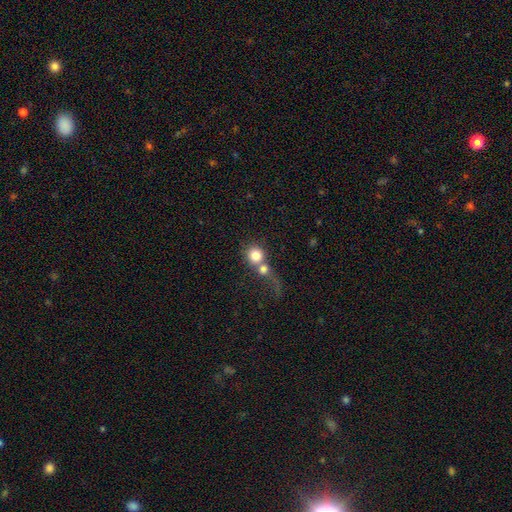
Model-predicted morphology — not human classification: Smooth or featured? Predicted: smooth (p=0.77). How rounded? Predicted: round (p=0.86). Merging? Predicted: merger (p=0.60).